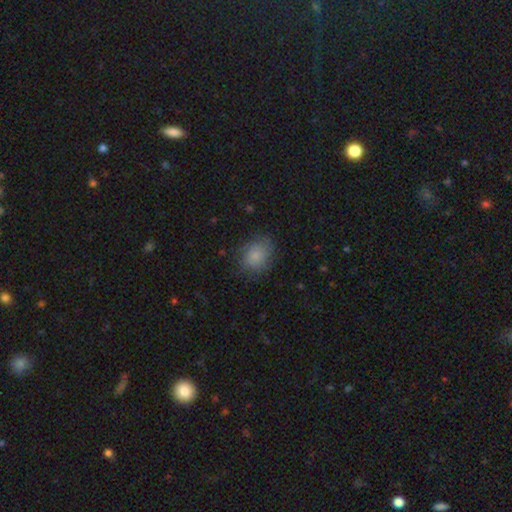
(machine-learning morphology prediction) A smooth galaxy with no disk features (81%) that is round (53%). Merging: none (74%).